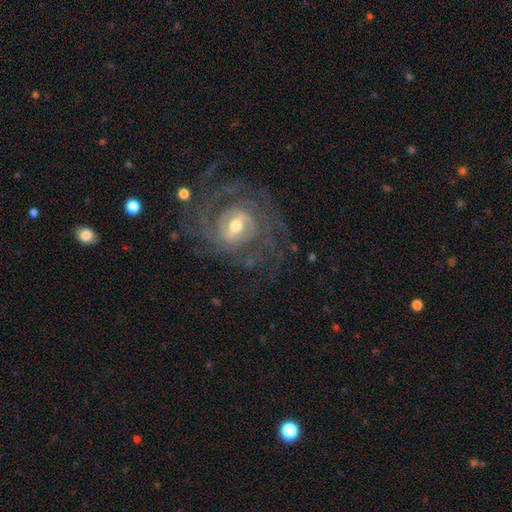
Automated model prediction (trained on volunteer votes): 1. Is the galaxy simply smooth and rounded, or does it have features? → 85% featured or disk, 9% star or artifact, 7% smooth.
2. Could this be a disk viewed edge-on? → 97% no, 3% yes.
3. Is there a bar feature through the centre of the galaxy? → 47% weak, 30% no, 23% strong.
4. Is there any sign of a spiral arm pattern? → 95% yes, 5% no.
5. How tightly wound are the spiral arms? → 57% tight, 34% medium, 9% loose.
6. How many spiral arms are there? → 30% can't tell, 27% 2, 17% 3, 12% 4, 7% more than 4, 7% 1.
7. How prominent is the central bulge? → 49% moderate, 43% small, 5% large, 1% none, 1% dominant.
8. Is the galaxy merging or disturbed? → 74% none, 13% minor disturbance, 11% major disturbance, 2% merger.